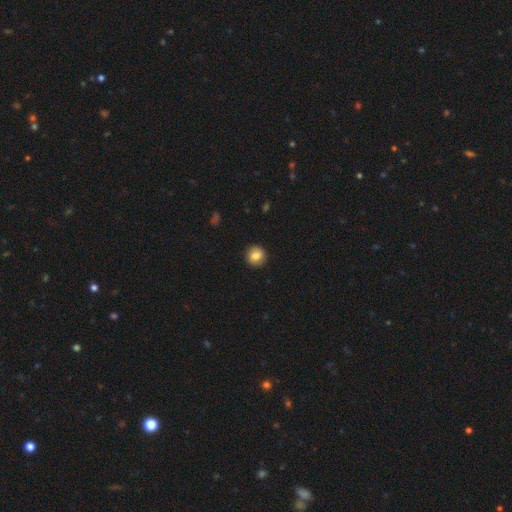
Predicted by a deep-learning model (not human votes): smooth_or_featured: smooth (p=0.82) [alt: featured or disk p=0.09]
how_rounded: round (p=0.89) [alt: in between p=0.10]
merging: none (p=0.90) [alt: minor disturbance p=0.07]